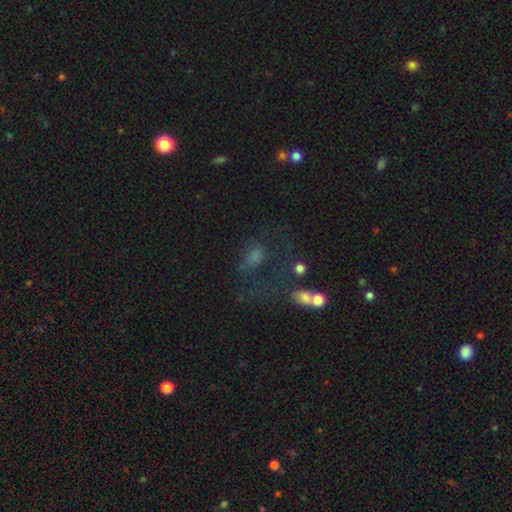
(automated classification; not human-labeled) A smooth galaxy with no disk features (61%) that is in between round and cigar-shaped (69%).

Vote fractions:
- Smooth or featured? smooth: 61% / star or artifact: 21% / featured or disk: 18%
- How rounded? in between: 69% / round: 26% / cigar-shaped: 5%
- Merging? none: 35% / major disturbance: 34% / minor disturbance: 20% / merger: 11%